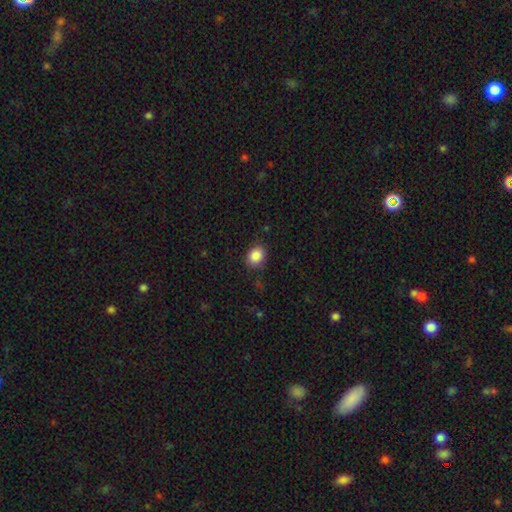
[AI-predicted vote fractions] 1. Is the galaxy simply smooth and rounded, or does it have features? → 87% smooth, 9% star or artifact, 4% featured or disk.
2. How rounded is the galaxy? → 59% round, 40% in between, 1% cigar-shaped.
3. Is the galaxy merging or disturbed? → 84% none, 12% minor disturbance, 3% major disturbance, 1% merger.